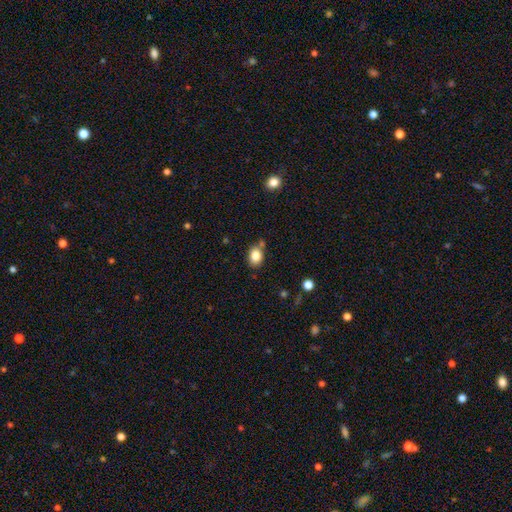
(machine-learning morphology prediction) The model was most divided on "how rounded": in between: 61%, round: 38%, cigar-shaped: 1%. More confident: smooth or featured — smooth (84%); merging — none (71%).